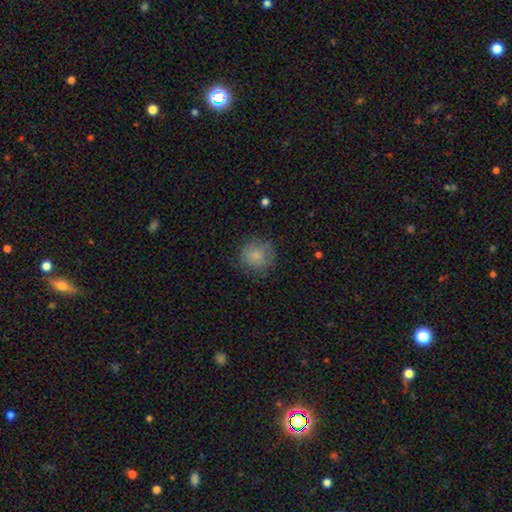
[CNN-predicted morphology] The model was most divided on "merging": none: 74%, minor disturbance: 18%, major disturbance: 6%, merger: 1%. More confident: how rounded — round (90%); smooth or featured — smooth (81%).